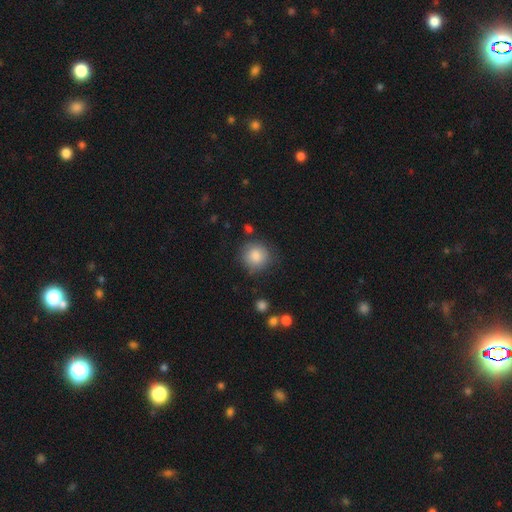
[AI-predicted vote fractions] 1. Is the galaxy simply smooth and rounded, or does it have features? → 84% smooth, 8% star or artifact, 8% featured or disk.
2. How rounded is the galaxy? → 90% round, 9% in between, 1% cigar-shaped.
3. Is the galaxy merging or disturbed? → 78% none, 15% minor disturbance, 4% major disturbance, 3% merger.